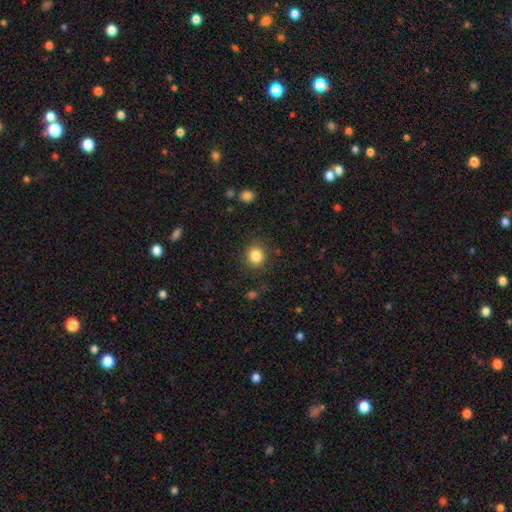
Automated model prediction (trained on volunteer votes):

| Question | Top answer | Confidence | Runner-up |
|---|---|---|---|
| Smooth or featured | smooth | 85% | star or artifact (11%) |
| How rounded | round | 85% | in between (14%) |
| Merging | none | 86% | minor disturbance (9%) |